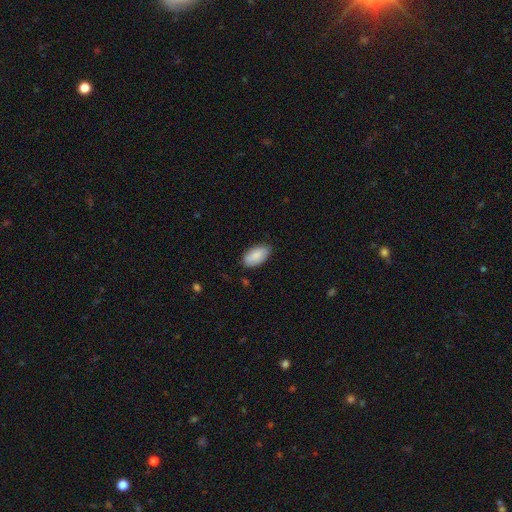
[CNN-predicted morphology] smooth 87%, featured or disk 7%, star or artifact 6%. Down the decision tree: how rounded — in between (95%); merging — none (78%).